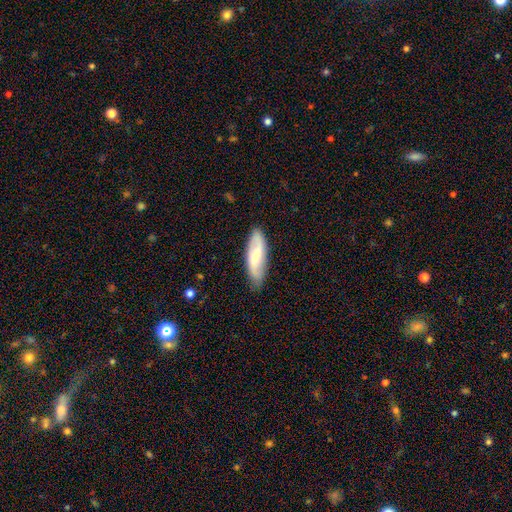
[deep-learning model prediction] smooth-or-featured: featured or disk: 52% | smooth: 43% | star or artifact: 6%
  disk-edge-on: no: 86% | yes: 14%
  merging: none: 82% | minor disturbance: 14% | major disturbance: 3% | merger: 1%